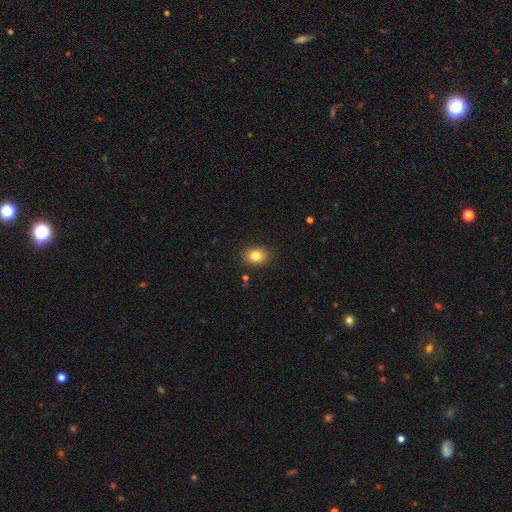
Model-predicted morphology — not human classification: smooth-or-featured: smooth: 82% | star or artifact: 10% | featured or disk: 7%
  how-rounded: in between: 50% | round: 49% | cigar-shaped: 1%
  merging: none: 88% | minor disturbance: 9% | major disturbance: 2% | merger: 1%